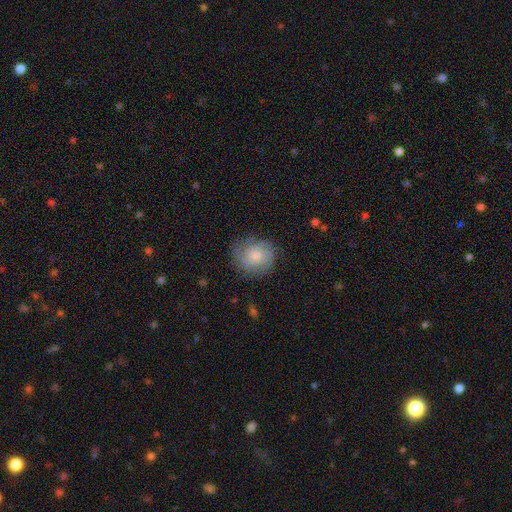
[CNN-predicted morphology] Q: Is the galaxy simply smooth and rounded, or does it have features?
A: smooth — 63%.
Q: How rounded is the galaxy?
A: round — 82%.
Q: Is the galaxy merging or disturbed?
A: none — 70%.